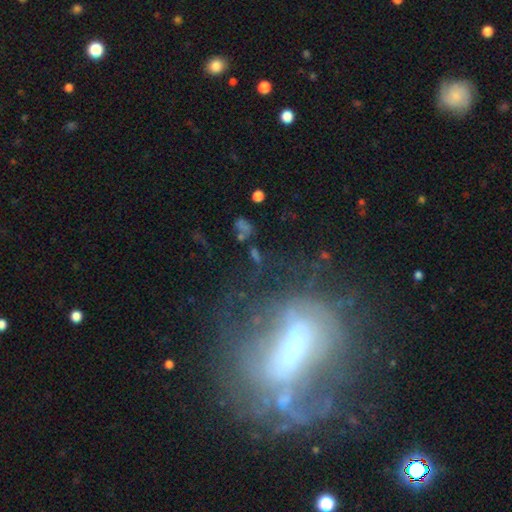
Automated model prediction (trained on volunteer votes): Smooth or featured?
  - featured or disk: 48% *
  - smooth: 27%
  - star or artifact: 25%
Merging?
  - none: 58% *
  - minor disturbance: 17%
  - major disturbance: 17%
  - merger: 8%